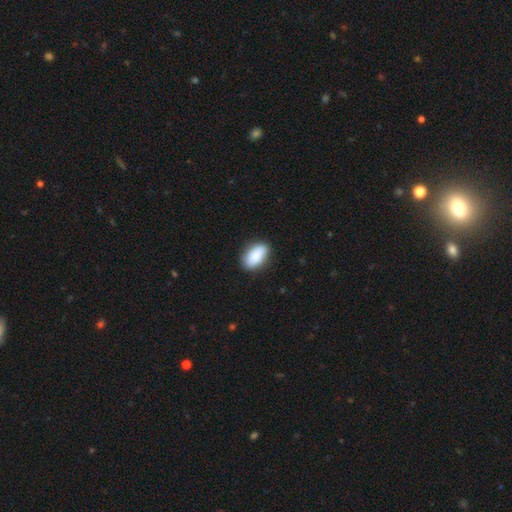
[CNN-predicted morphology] Smooth or featured? smooth (89%)
How rounded? in between (92%)
Merging? none (85%)